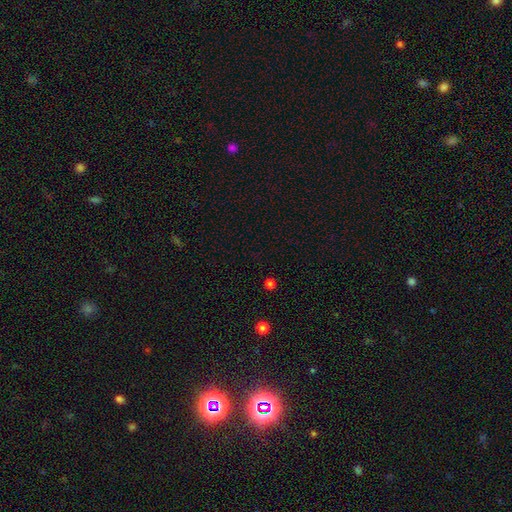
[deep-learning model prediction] smooth-or-featured: star or artifact: 50% | smooth: 44% | featured or disk: 6%